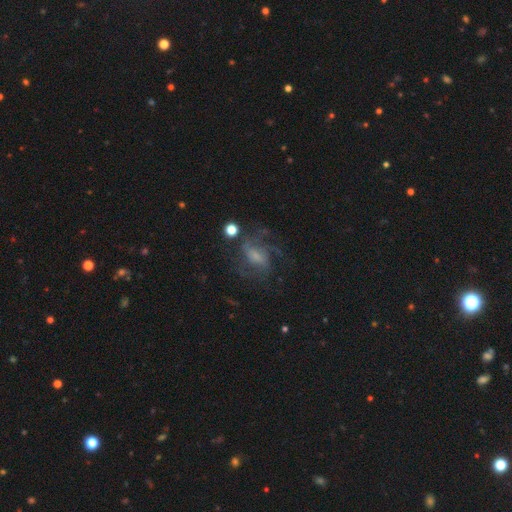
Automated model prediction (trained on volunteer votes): A featured or disk galaxy (72%) with a weak bar (46%), medium (47%) spiral arms (87%) and a small central bulge (35%).

Vote fractions:
- Smooth or featured? featured or disk: 72% / smooth: 16% / star or artifact: 12%
- Edge-on disk? no: 96% / yes: 4%
- Bar? weak: 46% / no: 40% / strong: 14%
- Spiral arms? yes: 87% / no: 13%
- Spiral winding? medium: 47% / loose: 27% / tight: 26%
- Spiral arm count? can't tell: 33% / 3: 25% / 2: 18% / 4: 12% / 1: 6% / more than 4: 5%
- Bulge size? small: 35% / moderate: 28% / none: 26% / large: 9% / dominant: 2%
- Merging? none: 53% / major disturbance: 26% / minor disturbance: 17% / merger: 4%